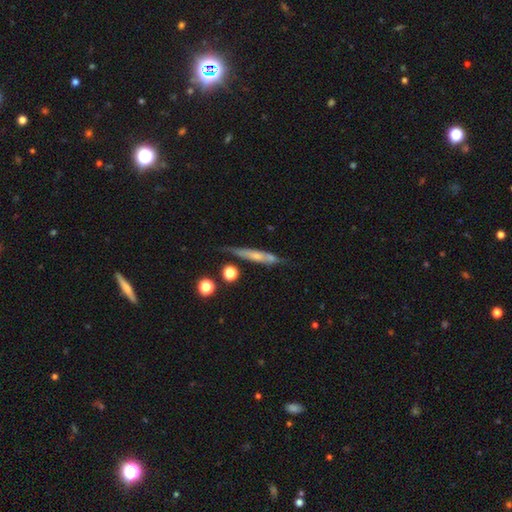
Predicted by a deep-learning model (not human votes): A featured or disk galaxy (47%). Merging: none (63%).